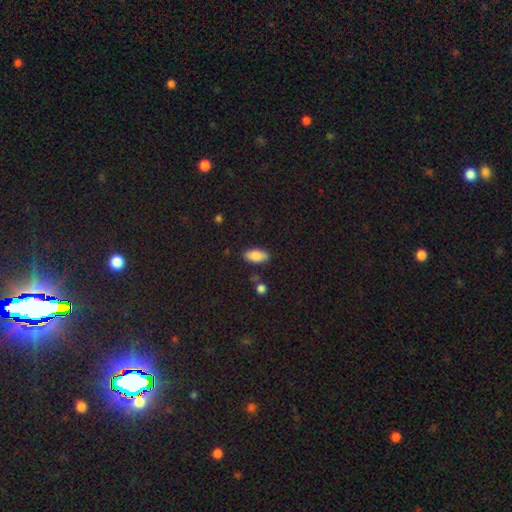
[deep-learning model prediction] This appears to be a smooth galaxy with no disk features (84%) that is in between round and cigar-shaped (90%). Merging: none (84%).